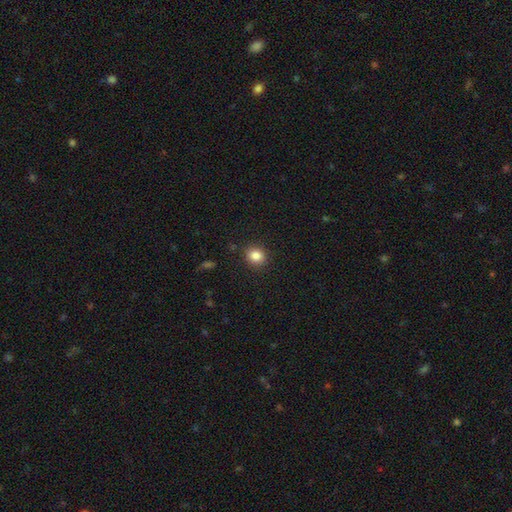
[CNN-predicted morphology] A smooth galaxy with no disk features (85%) that is round (75%).

Vote fractions:
- Smooth or featured? smooth: 85% / star or artifact: 10% / featured or disk: 5%
- How rounded? round: 75% / in between: 24% / cigar-shaped: 1%
- Merging? none: 89% / minor disturbance: 7% / major disturbance: 2% / merger: 1%